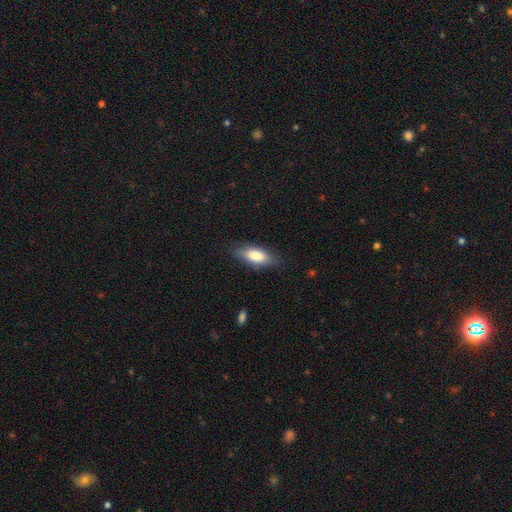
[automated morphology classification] type=smooth (80%); roundness=in between (79%); merging=none (80%).